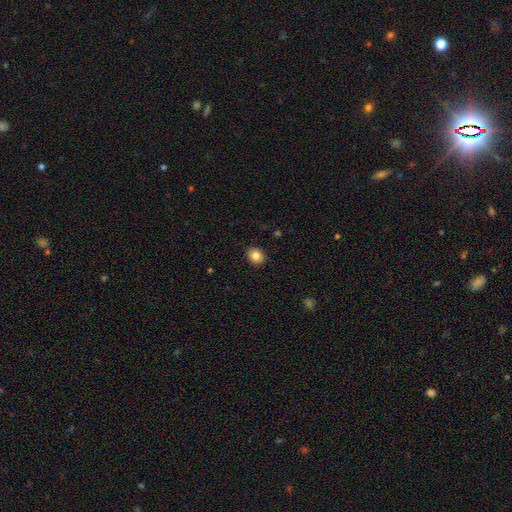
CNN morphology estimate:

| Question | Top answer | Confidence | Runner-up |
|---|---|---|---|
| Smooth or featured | smooth | 84% | star or artifact (10%) |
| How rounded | round | 59% | in between (40%) |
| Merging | none | 89% | minor disturbance (8%) |